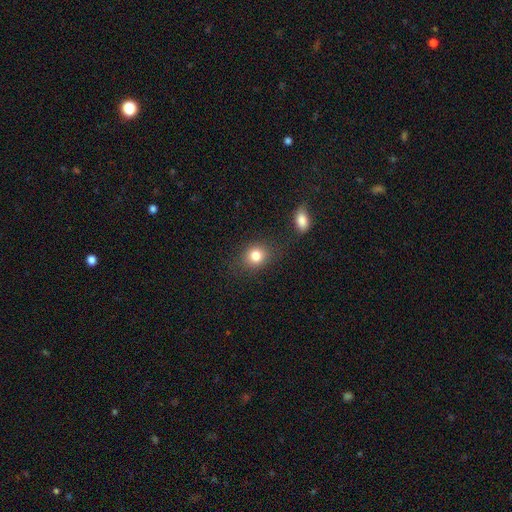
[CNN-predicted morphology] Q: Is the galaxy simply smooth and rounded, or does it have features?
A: smooth — 82%.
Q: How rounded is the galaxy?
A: round — 70%.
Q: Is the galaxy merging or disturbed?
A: none — 78%.